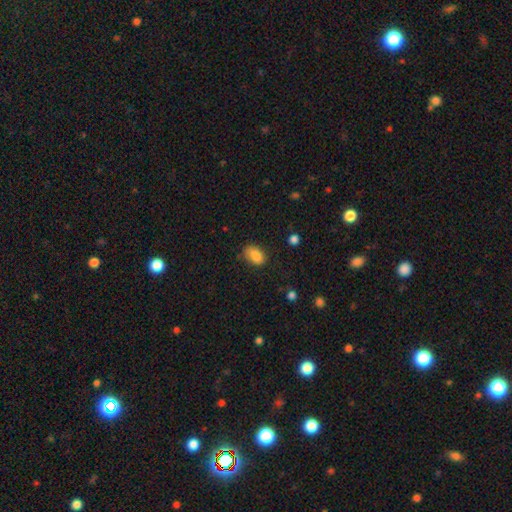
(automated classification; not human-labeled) smooth 85%, star or artifact 9%, featured or disk 6%. Down the decision tree: how rounded — in between (84%); merging — none (67%).